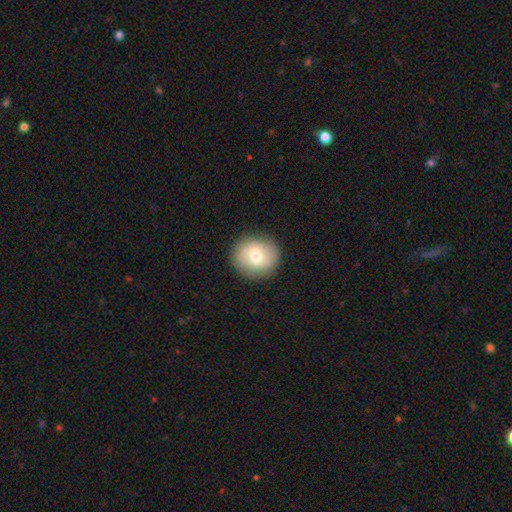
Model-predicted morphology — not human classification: A smooth galaxy with no disk features (72%) that is round (91%).

Vote fractions:
- Smooth or featured? smooth: 72% / featured or disk: 19% / star or artifact: 8%
- How rounded? round: 91% / in between: 8% / cigar-shaped: 1%
- Merging? none: 89% / minor disturbance: 8% / major disturbance: 3% / merger: 1%